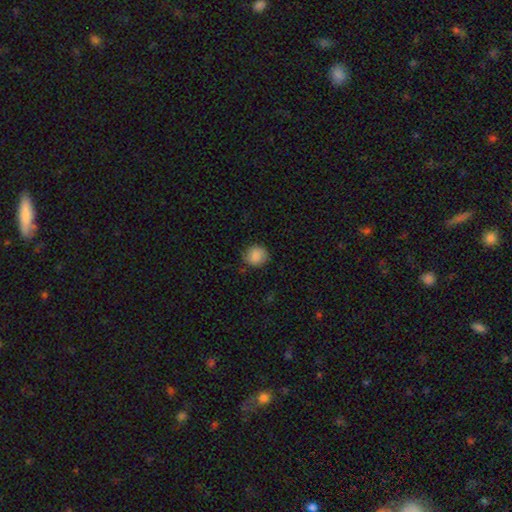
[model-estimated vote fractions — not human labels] This appears to be a smooth galaxy with no disk features (86%) that is round (85%). Merging: none (80%).